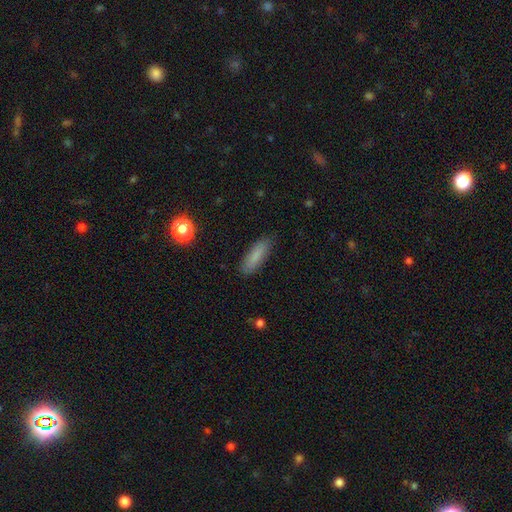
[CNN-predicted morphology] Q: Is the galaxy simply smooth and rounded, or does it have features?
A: smooth — 83%.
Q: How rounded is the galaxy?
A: cigar-shaped — 54%.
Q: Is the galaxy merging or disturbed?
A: none — 87%.